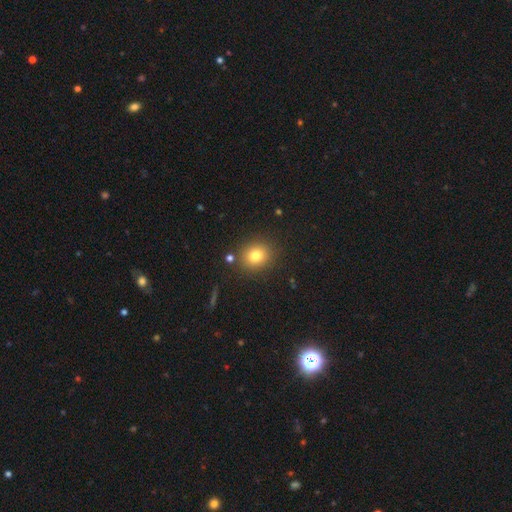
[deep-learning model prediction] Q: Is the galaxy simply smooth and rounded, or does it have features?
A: smooth — 79%.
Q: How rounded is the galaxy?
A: round — 74%.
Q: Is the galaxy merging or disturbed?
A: none — 85%.